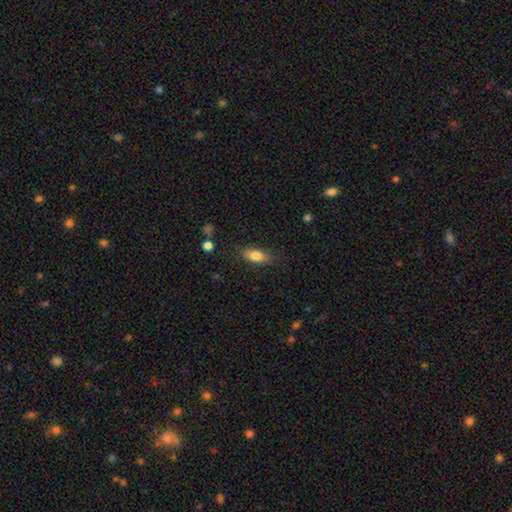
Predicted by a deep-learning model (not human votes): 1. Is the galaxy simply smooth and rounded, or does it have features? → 79% smooth, 13% featured or disk, 7% star or artifact.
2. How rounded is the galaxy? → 82% in between, 14% cigar-shaped, 4% round.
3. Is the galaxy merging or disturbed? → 80% none, 15% minor disturbance, 4% major disturbance, 2% merger.